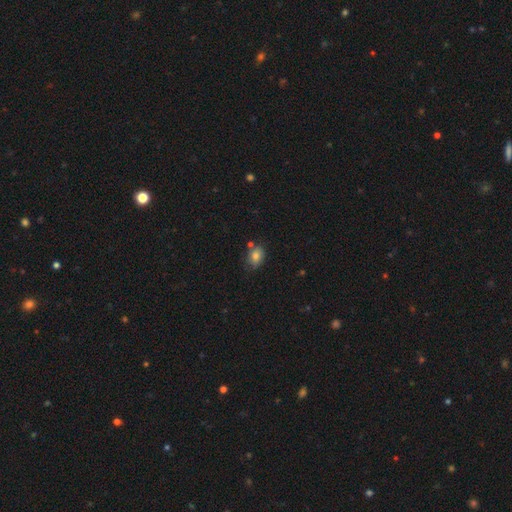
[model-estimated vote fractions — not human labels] Q: Smooth or featured?
A: smooth (80%); runner-up: featured or disk (11%)
Q: How rounded?
A: in between (73%); runner-up: round (26%)
Q: Merging?
A: none (67%); runner-up: minor disturbance (19%)